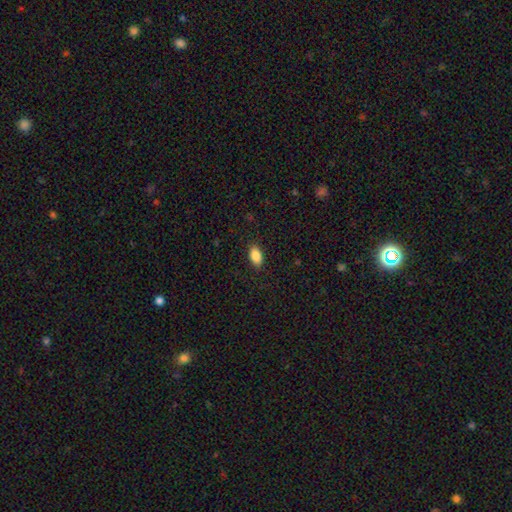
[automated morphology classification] A smooth galaxy with no disk features (88%) that is in between round and cigar-shaped (92%).

Vote fractions:
- Smooth or featured? smooth: 88% / star or artifact: 8% / featured or disk: 5%
- How rounded? in between: 92% / round: 5% / cigar-shaped: 4%
- Merging? none: 88% / minor disturbance: 8% / major disturbance: 2% / merger: 1%